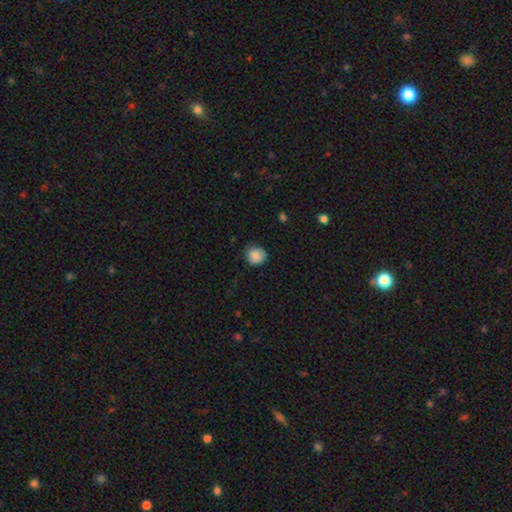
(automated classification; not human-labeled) This appears to be a smooth galaxy with no disk features (86%) that is round (74%). Merging: none (76%).